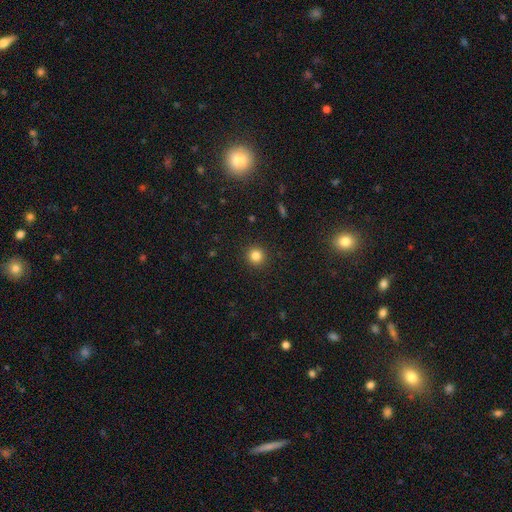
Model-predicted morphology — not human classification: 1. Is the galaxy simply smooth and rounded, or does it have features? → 83% smooth, 12% star or artifact, 5% featured or disk.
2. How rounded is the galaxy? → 94% round, 5% in between, 1% cigar-shaped.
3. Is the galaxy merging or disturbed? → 92% none, 5% minor disturbance, 2% major disturbance, 1% merger.